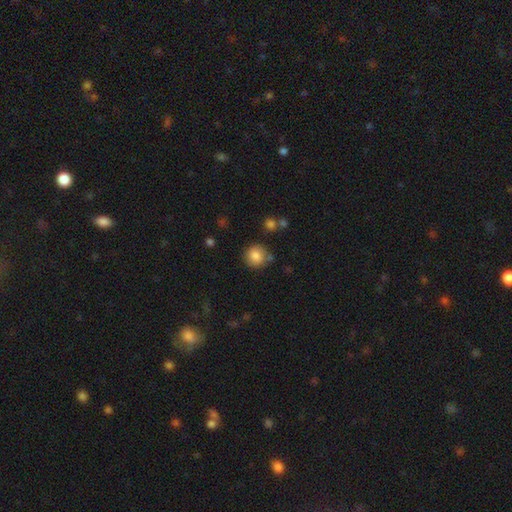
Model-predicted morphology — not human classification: Smooth or featured: smooth — 84% (star or artifact — 10%)
How rounded: round — 90% (in between — 9%)
Merging: none — 76% (minor disturbance — 13%)